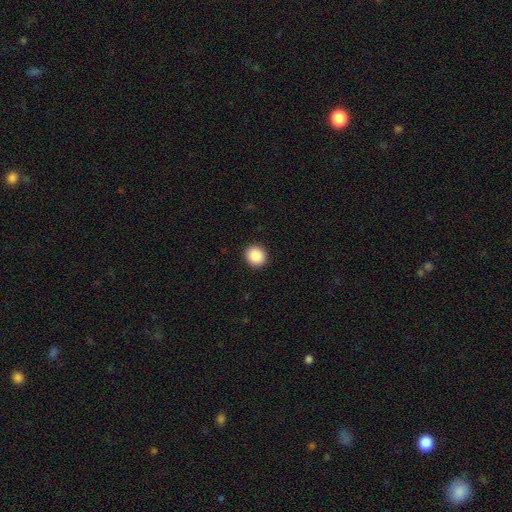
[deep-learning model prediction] Smooth or featured?
  - smooth: 89% *
  - star or artifact: 8%
  - featured or disk: 2%
How rounded?
  - round: 77% *
  - in between: 22%
  - cigar-shaped: 1%
Merging?
  - none: 92% *
  - minor disturbance: 6%
  - major disturbance: 2%
  - merger: 1%